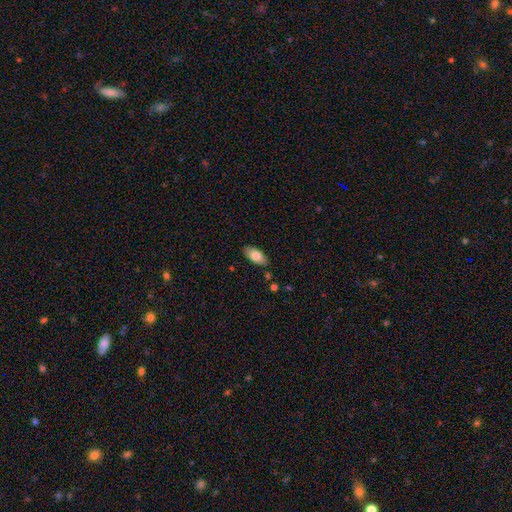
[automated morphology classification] Smooth or featured: smooth — 80% (featured or disk — 14%)
How rounded: in between — 91% (cigar-shaped — 7%)
Merging: none — 85% (minor disturbance — 11%)